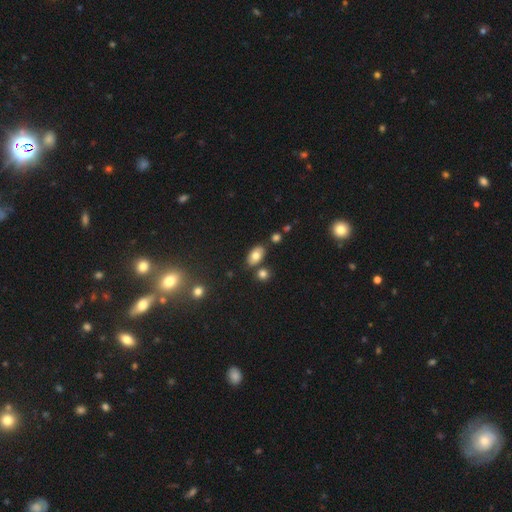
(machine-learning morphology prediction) smooth 77%, featured or disk 14%, star or artifact 9%. Down the decision tree: how rounded — in between (91%); merging — none (78%).